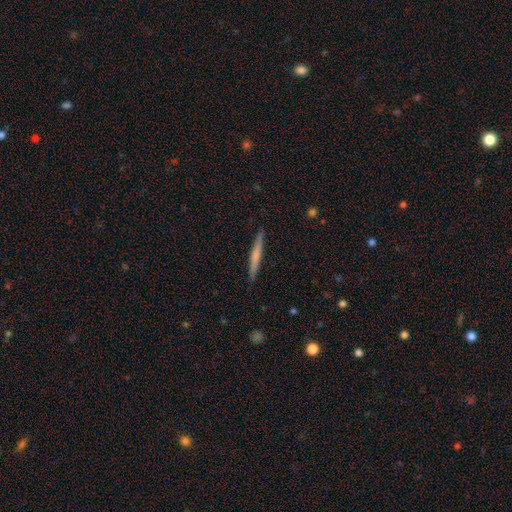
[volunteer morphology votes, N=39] Smooth or featured? 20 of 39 (51%) said smooth. How rounded? 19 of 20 (95%) said cigar-shaped. Merging? 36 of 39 (92%) said none.